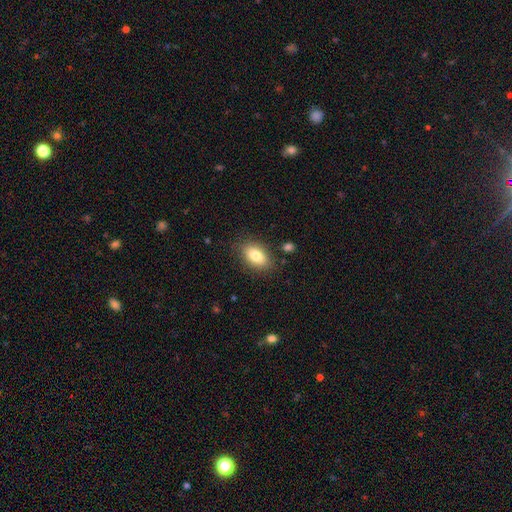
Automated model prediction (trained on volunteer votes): Smooth or featured: smooth — 81% (featured or disk — 11%)
How rounded: in between — 88% (round — 9%)
Merging: none — 83% (minor disturbance — 12%)